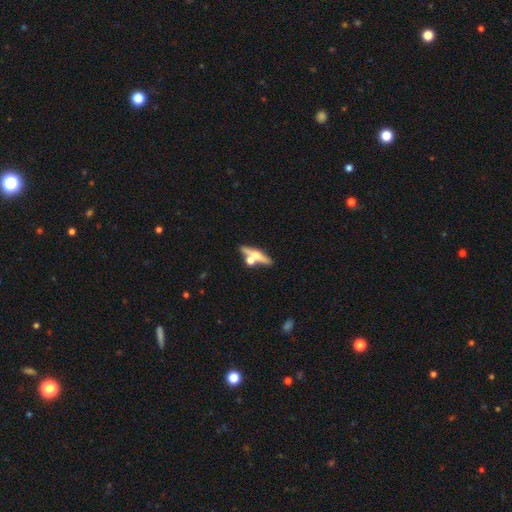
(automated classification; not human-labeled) This appears to be a featured or disk galaxy (57%) viewed edge-on (87%). Merging: none (58%).